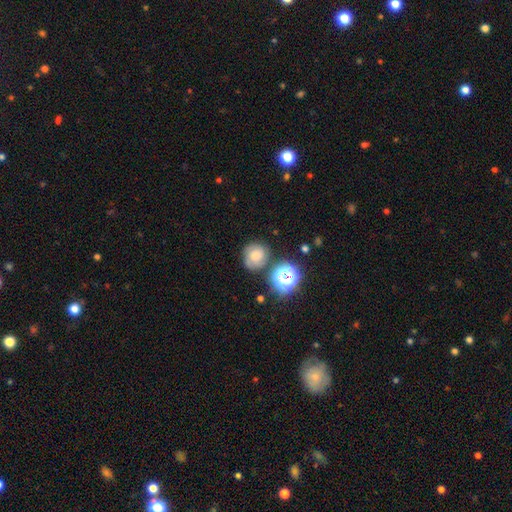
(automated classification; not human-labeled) This is possibly a smooth galaxy (56%). How rounded: clearly round (86%). Merging: likely none (67%).